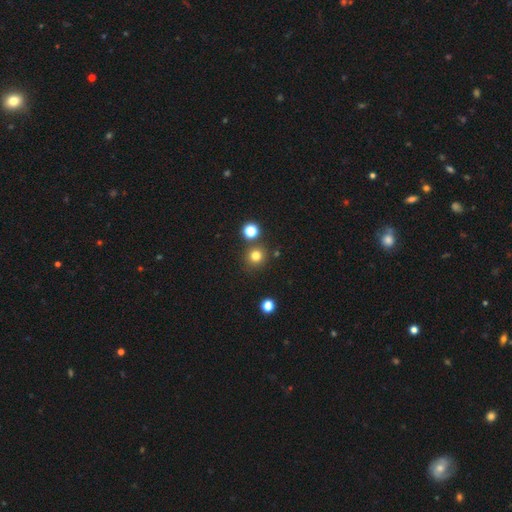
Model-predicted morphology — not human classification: Q: Smooth or featured?
A: smooth (78%); runner-up: star or artifact (16%)
Q: How rounded?
A: round (93%); runner-up: in between (6%)
Q: Merging?
A: none (82%); runner-up: merger (9%)